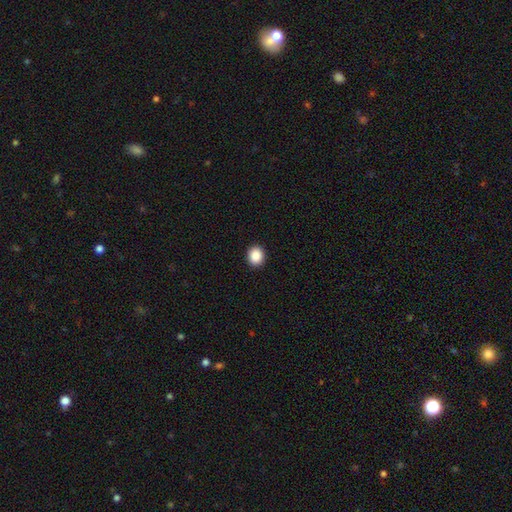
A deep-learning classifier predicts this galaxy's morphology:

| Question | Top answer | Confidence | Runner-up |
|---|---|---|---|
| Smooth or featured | smooth | 89% | star or artifact (9%) |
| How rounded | round | 71% | in between (28%) |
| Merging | none | 93% | minor disturbance (5%) |